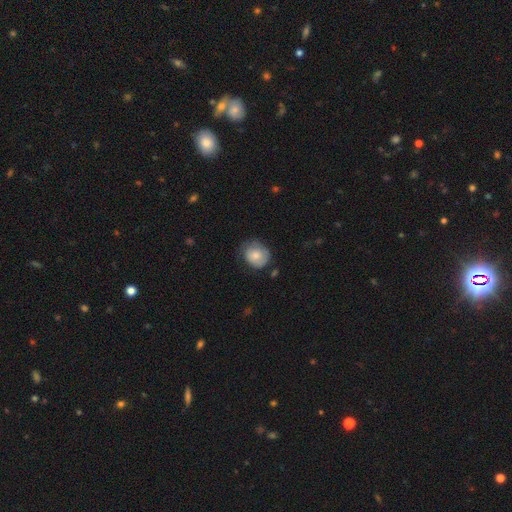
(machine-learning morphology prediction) A smooth galaxy with no disk features (72%) that is round (73%).

Vote fractions:
- Smooth or featured? smooth: 72% / featured or disk: 21% / star or artifact: 7%
- How rounded? round: 73% / in between: 27% / cigar-shaped: 1%
- Merging? none: 57% / minor disturbance: 31% / major disturbance: 10% / merger: 2%